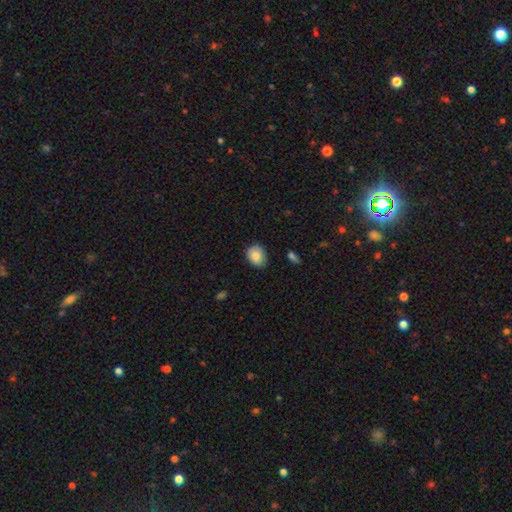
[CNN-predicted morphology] This is clearly a smooth galaxy (82%). How rounded: possibly in between (54%). Merging: likely none (74%).